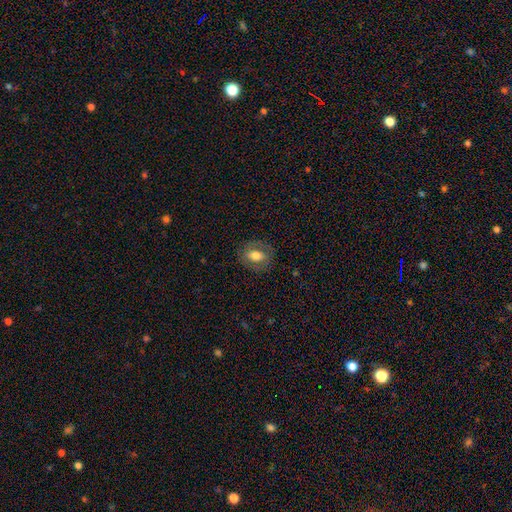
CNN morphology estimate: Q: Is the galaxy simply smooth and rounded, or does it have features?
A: smooth — 60%.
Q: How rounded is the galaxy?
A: in between — 62%.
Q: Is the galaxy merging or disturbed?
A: none — 80%.